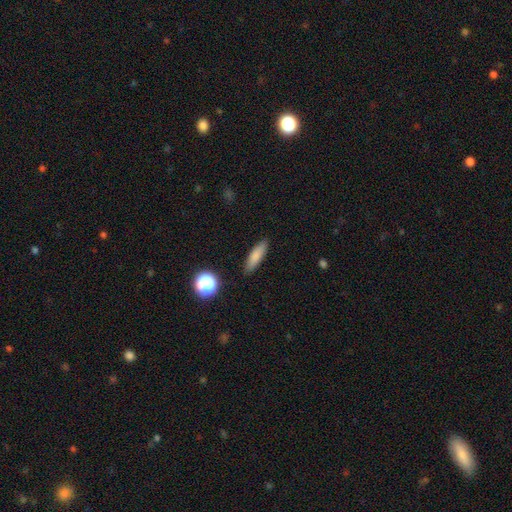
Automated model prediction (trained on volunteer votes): Overall: smooth (80%). How rounded: cigar-shaped (61%; in between 36%). Merging: none (87%).